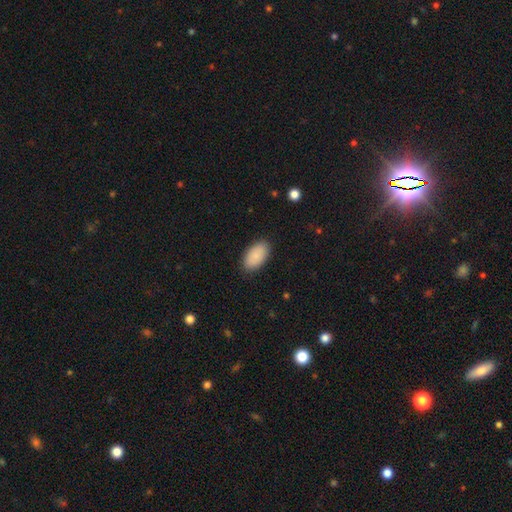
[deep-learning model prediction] This is clearly a smooth galaxy (88%). How rounded: clearly in between (95%). Merging: clearly none (87%).